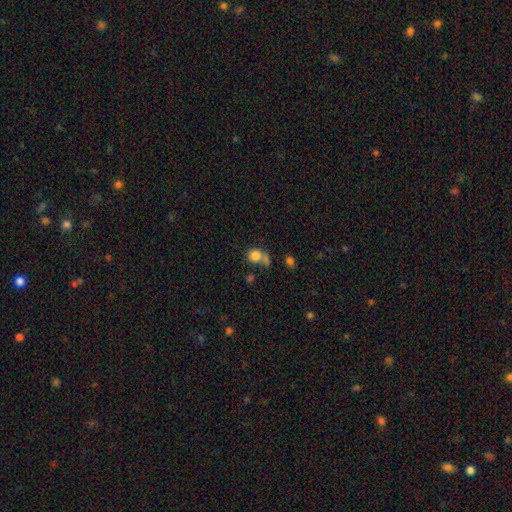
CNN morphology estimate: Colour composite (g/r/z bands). It shows a smooth galaxy with no disk features (81%) that is round (77%). Merging: none (45%).